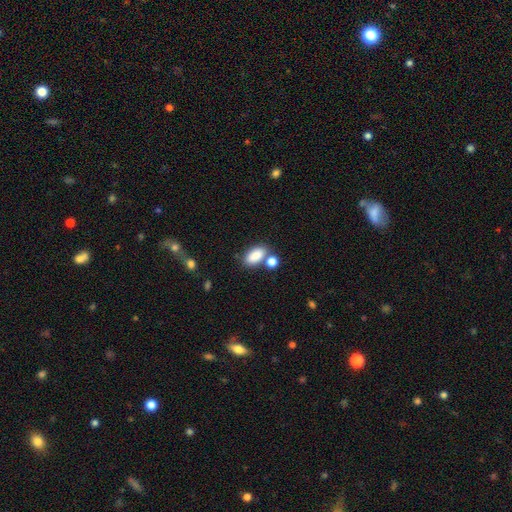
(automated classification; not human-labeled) A smooth galaxy with no disk features (86%) that is in between round and cigar-shaped (91%). Merging: none (60%).